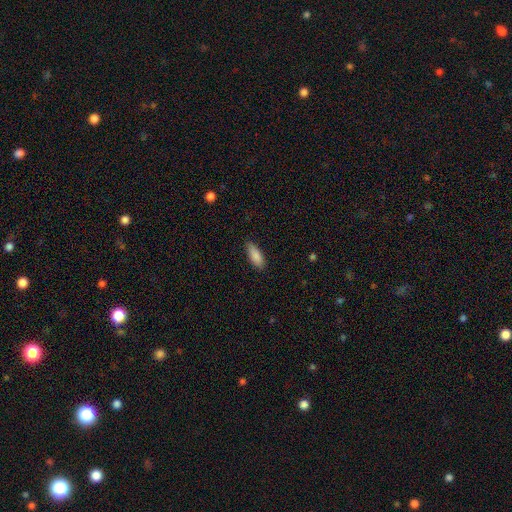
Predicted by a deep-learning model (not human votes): Smooth or featured?
  - smooth: 88% *
  - star or artifact: 6%
  - featured or disk: 6%
How rounded?
  - in between: 71% *
  - cigar-shaped: 27%
  - round: 2%
Merging?
  - none: 83% *
  - minor disturbance: 14%
  - major disturbance: 2%
  - merger: 1%